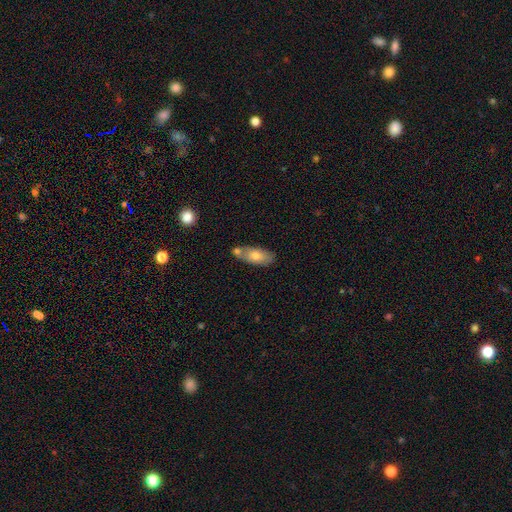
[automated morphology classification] type=smooth (72%); roundness=in between (81%); merging=none (50%).